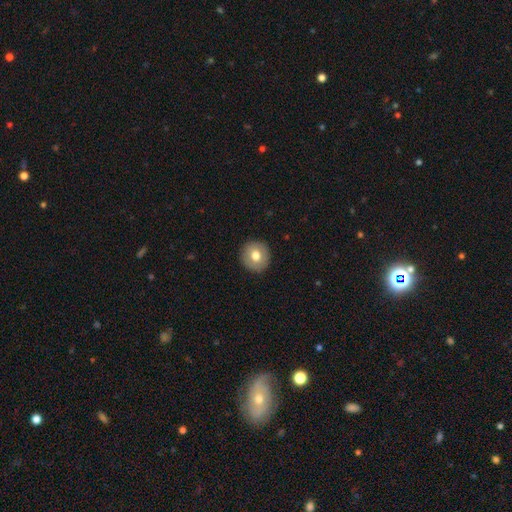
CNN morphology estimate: Smooth or featured: smooth — 73% (featured or disk — 19%)
How rounded: round — 92% (in between — 7%)
Merging: none — 91% (minor disturbance — 6%)